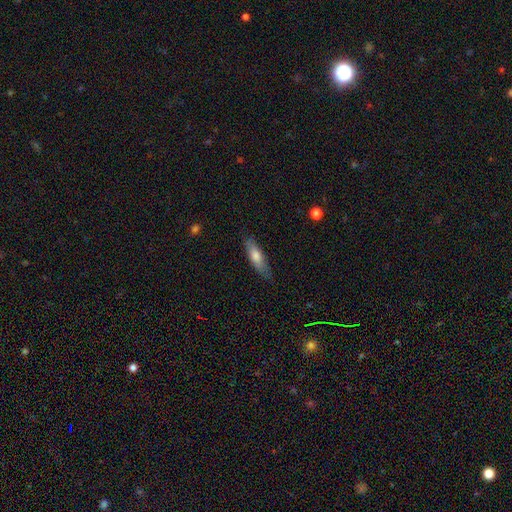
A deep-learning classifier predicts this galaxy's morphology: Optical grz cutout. It shows a smooth galaxy with no disk features (69%) that is cigar-shaped (58%). Merging: none (78%).